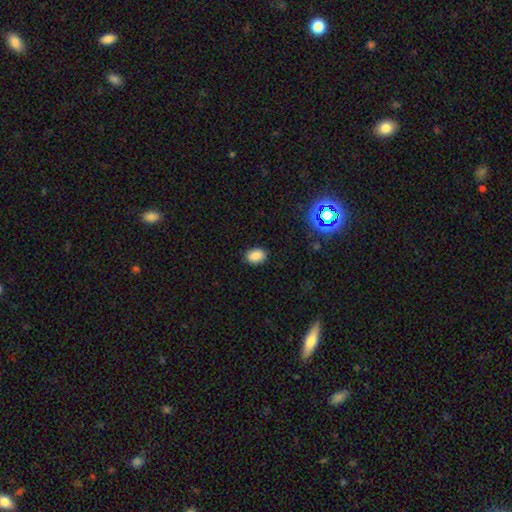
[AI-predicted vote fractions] smooth-or-featured: smooth: 86% | star or artifact: 10% | featured or disk: 4%
  how-rounded: in between: 75% | round: 24% | cigar-shaped: 1%
  merging: none: 87% | minor disturbance: 9% | major disturbance: 2% | merger: 1%